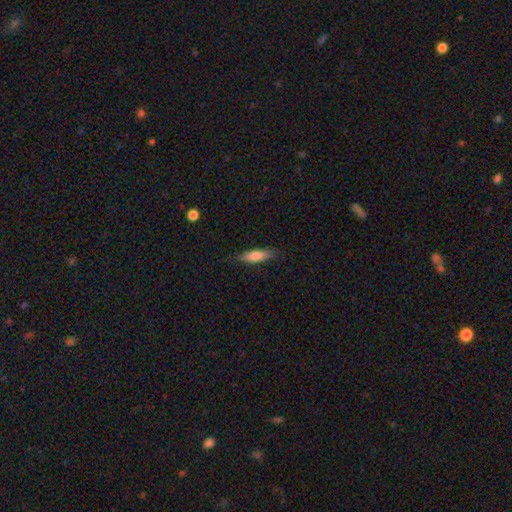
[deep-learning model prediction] Smooth or featured: smooth — 75% (featured or disk — 19%)
How rounded: cigar-shaped — 58% (in between — 40%)
Merging: none — 82% (minor disturbance — 14%)